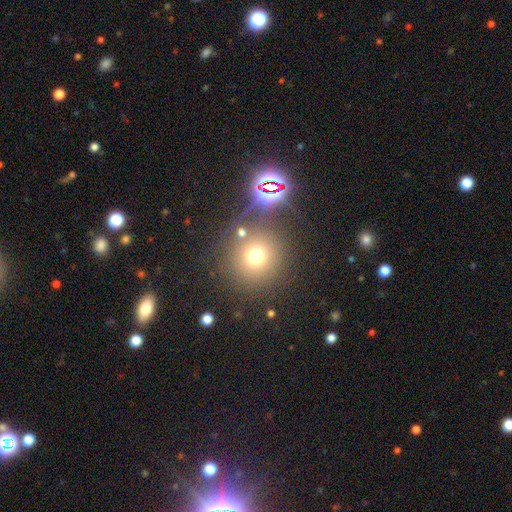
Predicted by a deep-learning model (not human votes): Overall: smooth (67%). How rounded: round (93%). Merging: none (76%).